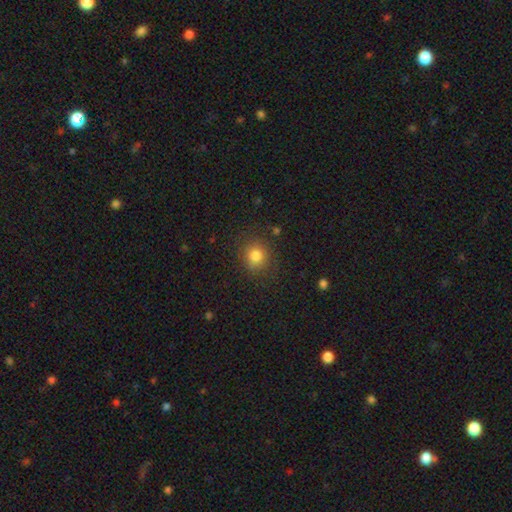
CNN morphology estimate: smooth 81%, star or artifact 12%, featured or disk 7%. Down the decision tree: how rounded — round (82%); merging — none (83%).